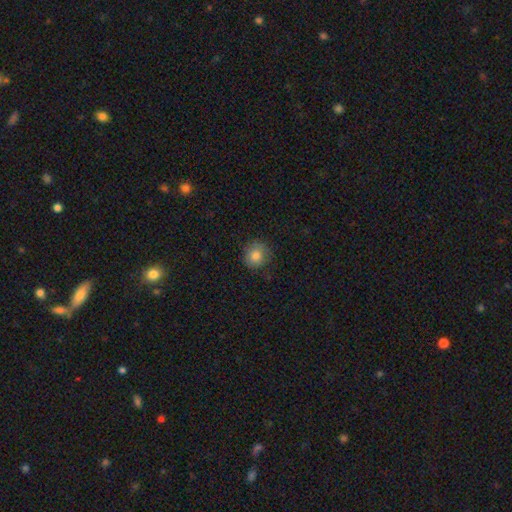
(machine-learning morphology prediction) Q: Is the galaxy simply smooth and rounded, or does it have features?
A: smooth — 81%.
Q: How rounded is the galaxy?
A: round — 88%.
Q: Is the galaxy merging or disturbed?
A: none — 85%.